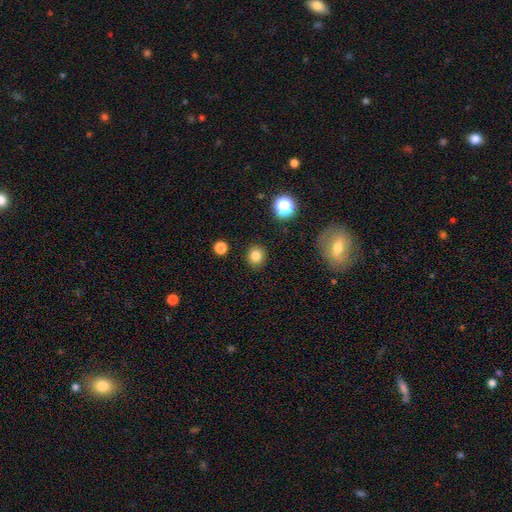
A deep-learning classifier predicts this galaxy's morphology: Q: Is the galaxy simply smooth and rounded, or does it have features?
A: smooth — 81%.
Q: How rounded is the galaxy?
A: round — 83%.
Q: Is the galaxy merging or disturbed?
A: none — 90%.